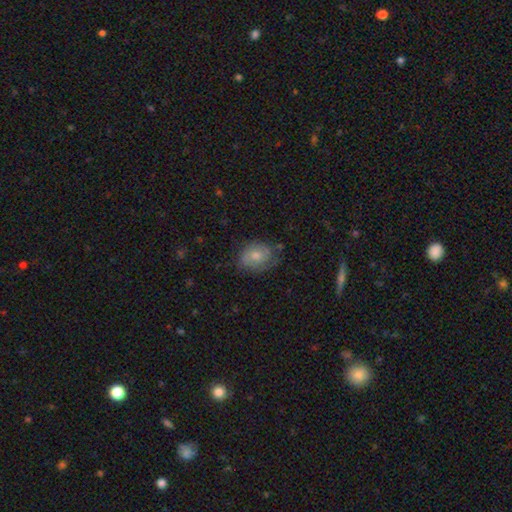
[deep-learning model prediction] smooth_or_featured: smooth (p=0.53) [alt: featured or disk p=0.39]
how_rounded: in between (p=0.58) [alt: round p=0.41]
merging: none (p=0.62) [alt: minor disturbance p=0.27]